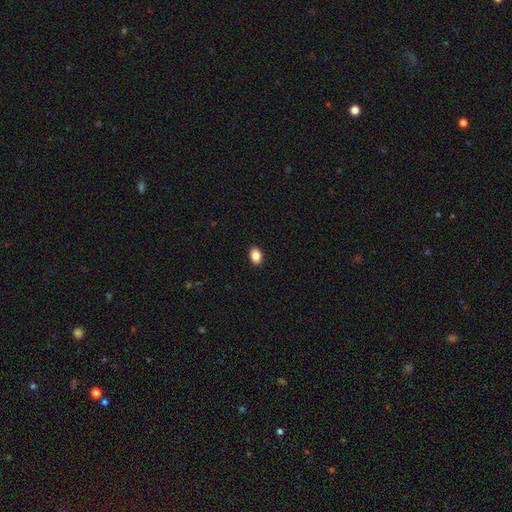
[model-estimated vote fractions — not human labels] This appears to be a smooth galaxy with no disk features (88%) that is in between round and cigar-shaped (82%). Merging: none (91%).